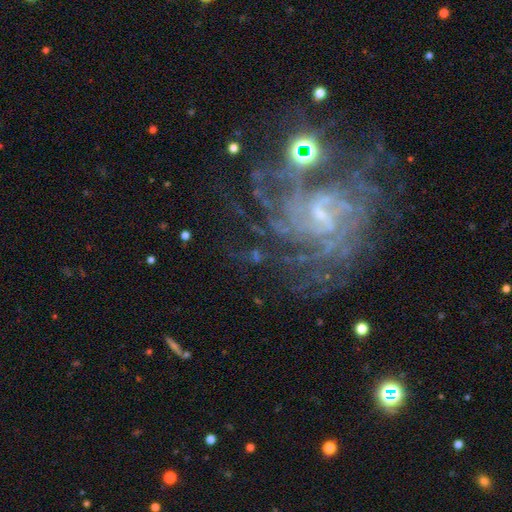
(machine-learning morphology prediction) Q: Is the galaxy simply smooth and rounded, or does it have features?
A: featured or disk — 82%.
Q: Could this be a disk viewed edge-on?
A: no — 97%.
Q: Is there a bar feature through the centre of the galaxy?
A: weak — 42%.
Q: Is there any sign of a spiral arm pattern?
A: yes — 95%.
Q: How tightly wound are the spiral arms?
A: tight — 58%.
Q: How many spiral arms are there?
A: can't tell — 28%.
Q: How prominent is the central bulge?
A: small — 79%.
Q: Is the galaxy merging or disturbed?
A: none — 65%.